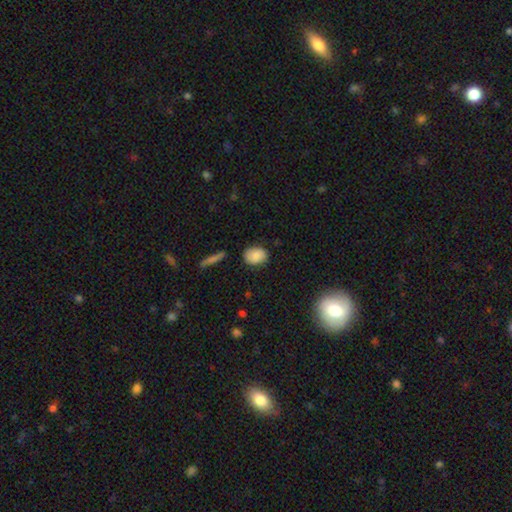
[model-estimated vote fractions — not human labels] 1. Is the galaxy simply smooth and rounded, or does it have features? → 86% smooth, 8% star or artifact, 7% featured or disk.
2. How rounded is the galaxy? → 69% in between, 29% round, 1% cigar-shaped.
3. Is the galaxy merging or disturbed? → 81% none, 14% minor disturbance, 3% major disturbance, 2% merger.